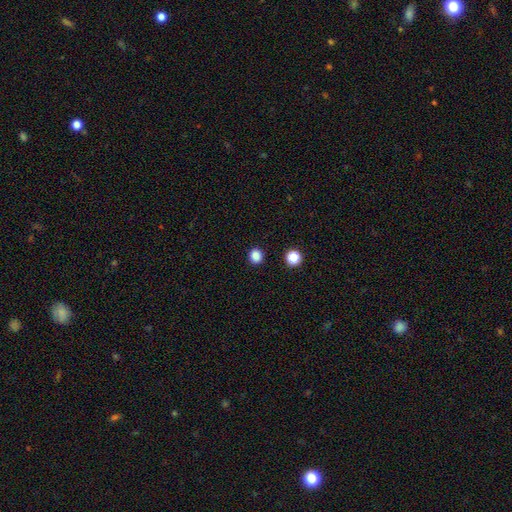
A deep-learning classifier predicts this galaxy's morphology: Smooth or featured? Predicted: smooth (p=0.85). How rounded? Predicted: round (p=0.85). Merging? Predicted: none (p=0.91).